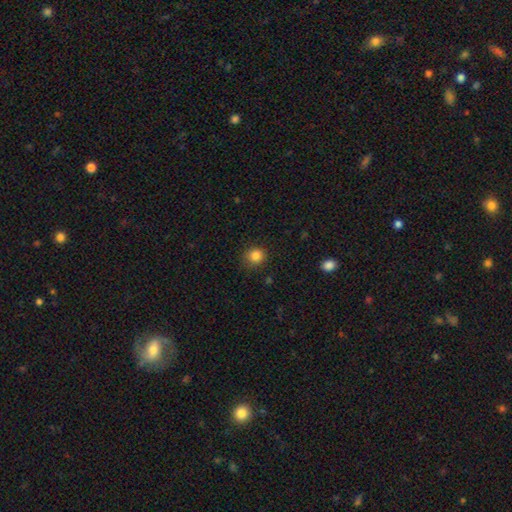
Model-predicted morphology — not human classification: smooth 84%, star or artifact 12%, featured or disk 4%. Down the decision tree: how rounded — round (85%); merging — none (84%).